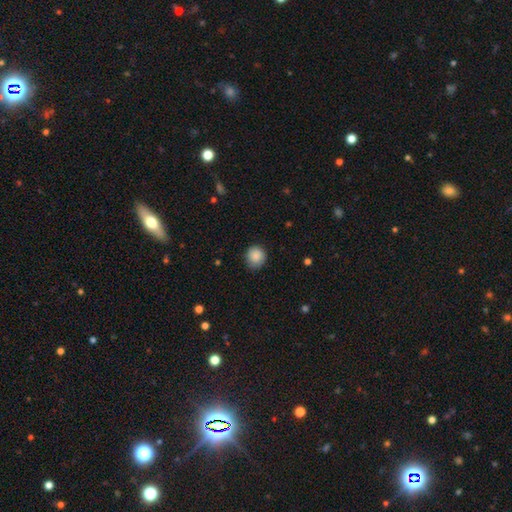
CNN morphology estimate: Q: Smooth or featured?
A: smooth (87%); runner-up: star or artifact (8%)
Q: How rounded?
A: round (90%); runner-up: in between (9%)
Q: Merging?
A: none (80%); runner-up: minor disturbance (16%)